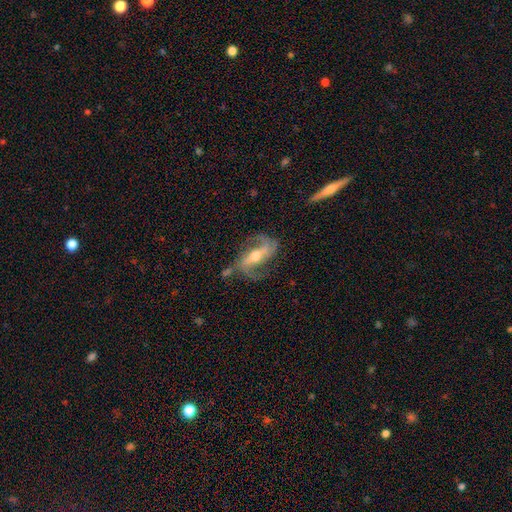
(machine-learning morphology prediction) Smooth or featured: featured or disk — 89% (star or artifact — 6%)
Edge-on disk: no — 94% (yes — 6%)
Bar: strong — 45% (weak — 32%)
Spiral arms: yes — 97% (no — 3%)
Spiral winding: medium — 44% (loose — 40%)
Spiral arm count: 2 — 80% (3 — 10%)
Bulge size: moderate — 64% (small — 30%)
Merging: none — 68% (minor disturbance — 18%)